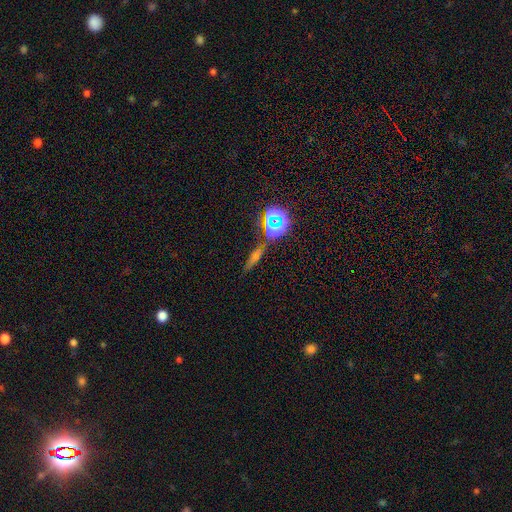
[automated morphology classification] smooth_or_featured: smooth (p=0.38) [alt: star or artifact p=0.36]
merging: none (p=0.79) [alt: minor disturbance p=0.11]